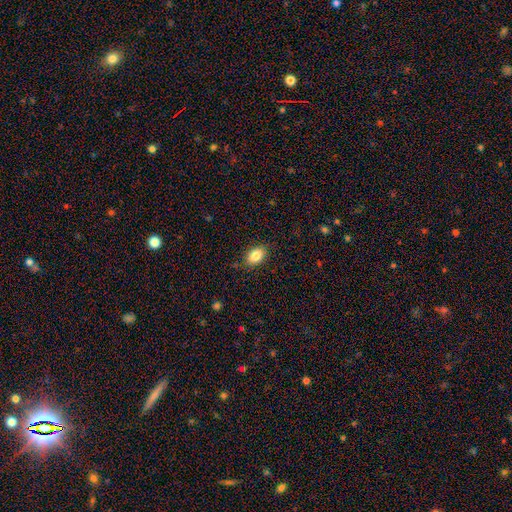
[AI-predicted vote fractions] This is clearly a smooth galaxy (84%). How rounded: clearly in between (84%). Merging: clearly none (83%).